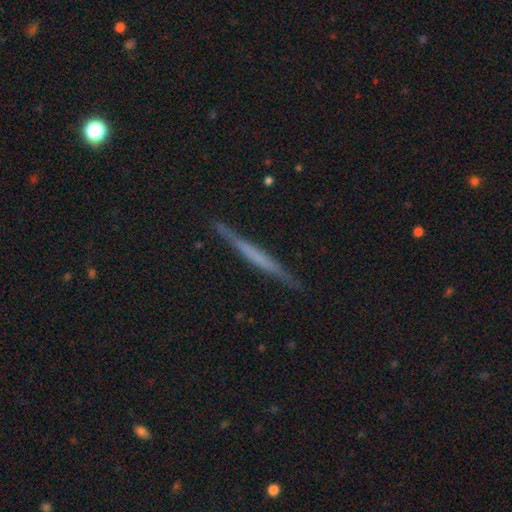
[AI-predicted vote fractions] Smooth or featured? featured or disk (60%)
Edge-on disk? yes (97%)
Edge-on bulge? none (82%)
Merging? none (90%)